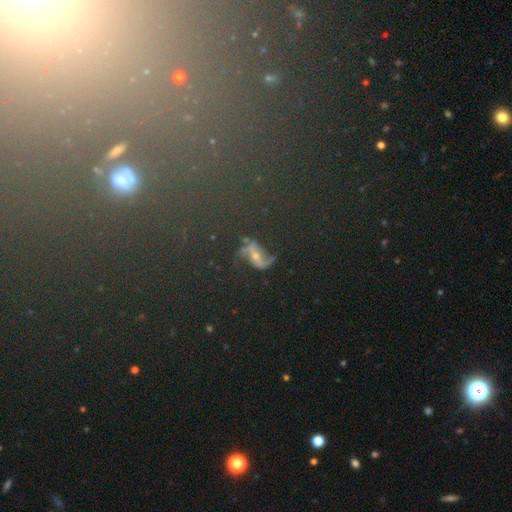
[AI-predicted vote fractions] smooth_or_featured: featured or disk (p=0.69) [alt: star or artifact p=0.20]
disk_edge_on: no (p=0.94) [alt: yes p=0.06]
bar: no (p=0.44) [alt: weak p=0.35]
has_spiral_arms: yes (p=0.90) [alt: no p=0.10]
spiral_winding: loose (p=0.64) [alt: medium p=0.25]
spiral_arm_count: 2 (p=0.92) [alt: can't tell p=0.02]
bulge_size: small (p=0.45) [alt: moderate p=0.44]
merging: none (p=0.66) [alt: minor disturbance p=0.16]